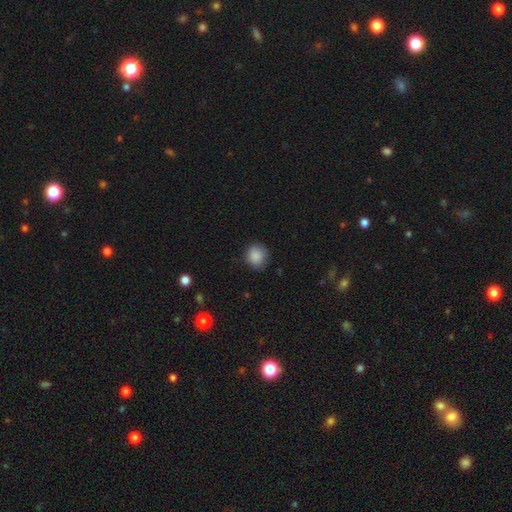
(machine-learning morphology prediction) smooth-or-featured: smooth: 88% | star or artifact: 9% | featured or disk: 4%
  how-rounded: round: 84% | in between: 15% | cigar-shaped: 1%
  merging: none: 80% | minor disturbance: 15% | major disturbance: 3% | merger: 1%